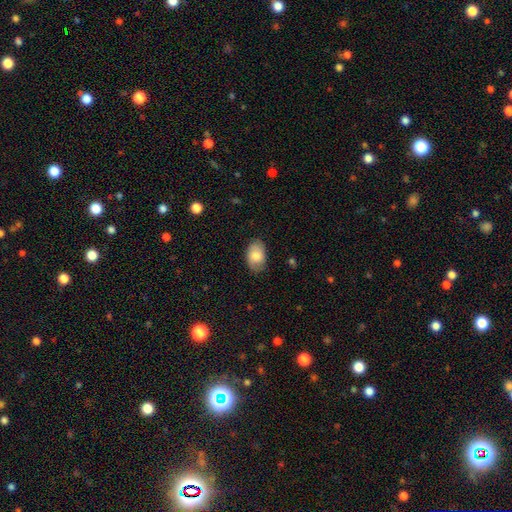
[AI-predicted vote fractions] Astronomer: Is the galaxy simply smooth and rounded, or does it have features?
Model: smooth — 78%.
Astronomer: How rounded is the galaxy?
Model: in between — 89%.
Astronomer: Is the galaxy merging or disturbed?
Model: none — 77%.